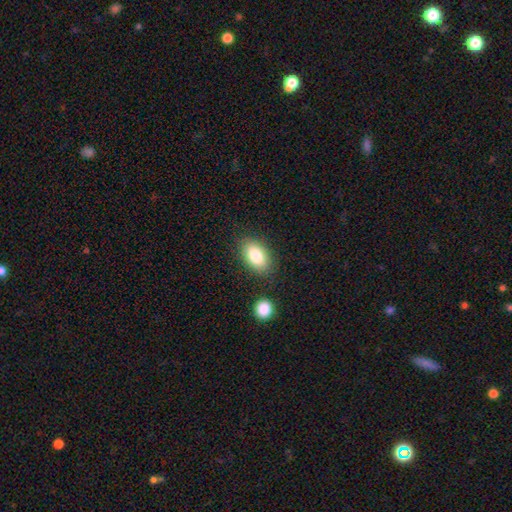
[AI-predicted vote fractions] Smooth or featured: smooth — 83% (featured or disk — 10%)
How rounded: in between — 91% (round — 6%)
Merging: none — 83% (minor disturbance — 10%)